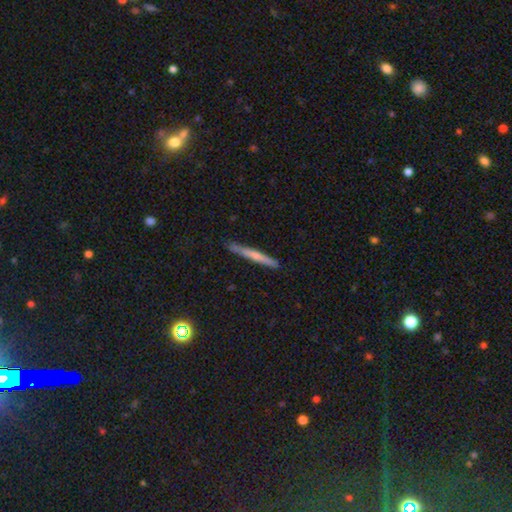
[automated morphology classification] Smooth or featured?
  - smooth: 51% *
  - featured or disk: 43%
  - star or artifact: 6%
How rounded?
  - cigar-shaped: 96% *
  - in between: 2%
  - round: 1%
Merging?
  - none: 86% *
  - minor disturbance: 11%
  - major disturbance: 2%
  - merger: 2%